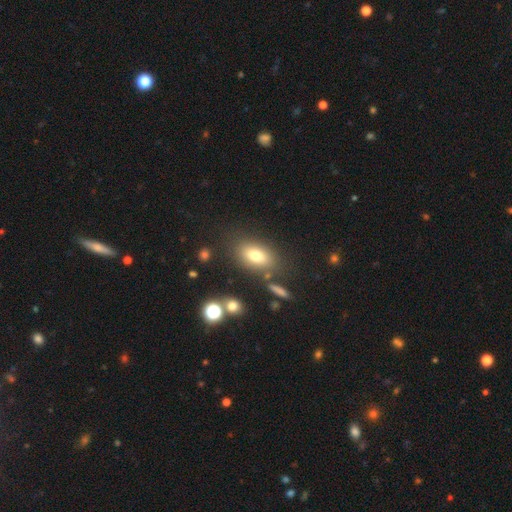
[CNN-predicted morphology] A smooth galaxy with no disk features (76%) that is in between round and cigar-shaped (83%).

Vote fractions:
- Smooth or featured? smooth: 76% / featured or disk: 13% / star or artifact: 11%
- How rounded? in between: 83% / round: 12% / cigar-shaped: 5%
- Merging? none: 76% / minor disturbance: 12% / merger: 6% / major disturbance: 5%